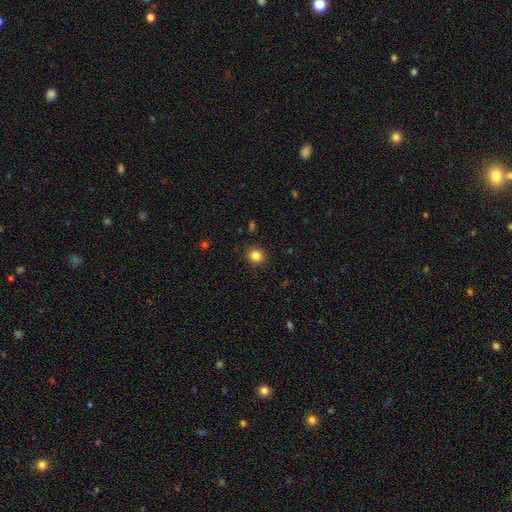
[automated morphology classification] type=smooth (83%); roundness=round (83%); merging=none (91%).